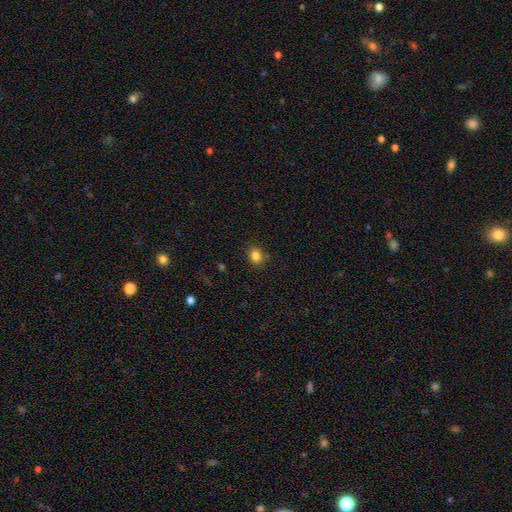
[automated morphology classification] Smooth or featured? Predicted: smooth (p=0.84). How rounded? Predicted: round (p=0.51). Merging? Predicted: none (p=0.83).